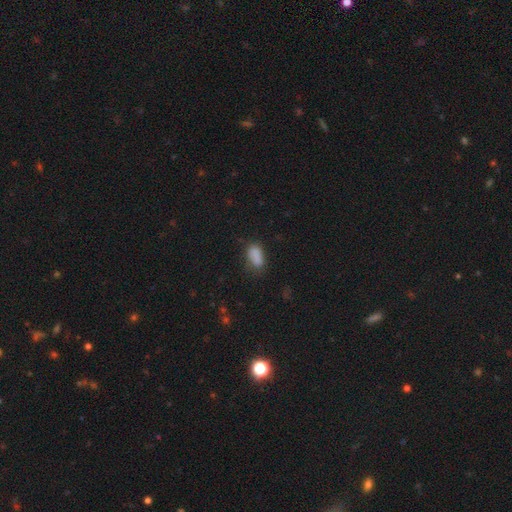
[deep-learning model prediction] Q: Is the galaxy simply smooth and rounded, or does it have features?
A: smooth — 82%.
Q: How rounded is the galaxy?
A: in between — 86%.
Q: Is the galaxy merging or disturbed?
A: none — 59%.